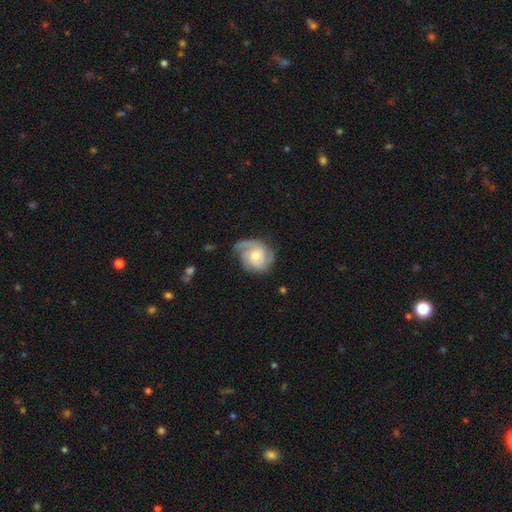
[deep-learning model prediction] A featured or disk galaxy (82%) with no bar (67%), 2 (40%) tight (50%) spiral arms (95%) and a moderate central bulge (65%).

Vote fractions:
- Smooth or featured? featured or disk: 82% / smooth: 14% / star or artifact: 5%
- Edge-on disk? no: 98% / yes: 2%
- Bar? no: 67% / weak: 28% / strong: 5%
- Spiral arms? yes: 95% / no: 5%
- Spiral winding? tight: 50% / medium: 38% / loose: 12%
- Spiral arm count? 2: 40% / 3: 27% / can't tell: 16% / 1: 8% / 4: 5% / more than 4: 4%
- Bulge size? moderate: 65% / small: 26% / large: 6% / none: 2% / dominant: 1%
- Merging? none: 64% / minor disturbance: 23% / major disturbance: 11% / merger: 2%